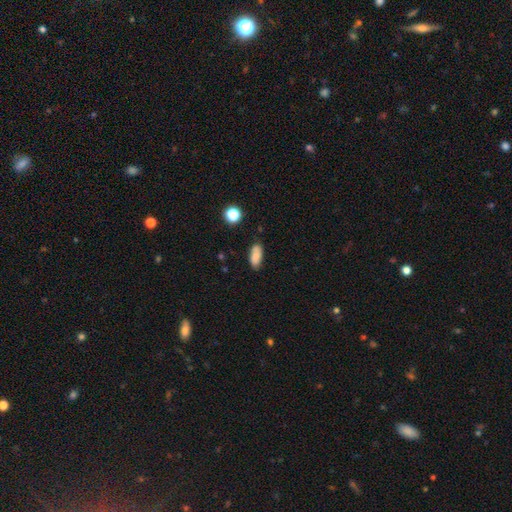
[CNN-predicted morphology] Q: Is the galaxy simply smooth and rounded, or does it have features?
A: smooth — 81%.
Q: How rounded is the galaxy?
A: in between — 85%.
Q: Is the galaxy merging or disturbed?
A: none — 77%.